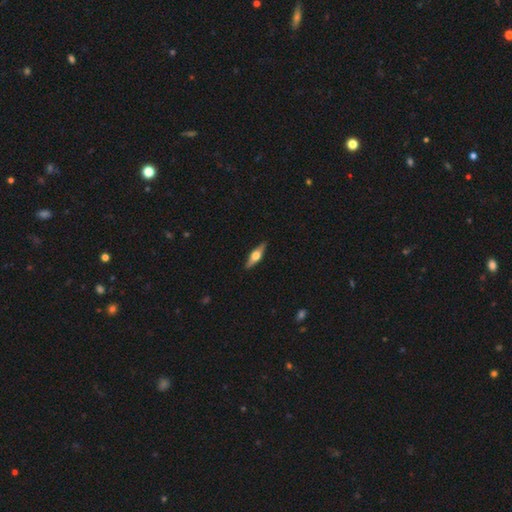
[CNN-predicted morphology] A featured or disk galaxy (64%) viewed edge-on (95%) with a rounded central bulge (95%). Merging: none (90%).